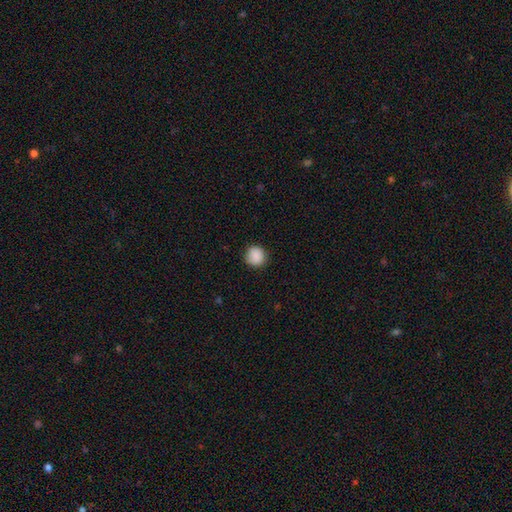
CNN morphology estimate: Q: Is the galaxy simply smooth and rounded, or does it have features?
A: smooth — 89%.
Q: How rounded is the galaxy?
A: round — 90%.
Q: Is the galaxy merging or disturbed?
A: none — 87%.